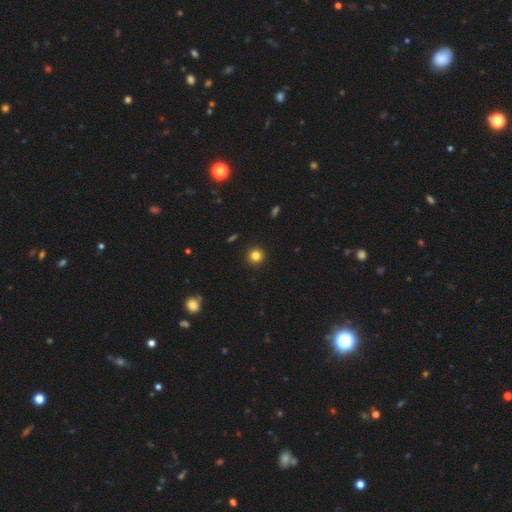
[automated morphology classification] Smooth or featured: smooth — 82% (star or artifact — 13%)
How rounded: round — 95% (in between — 4%)
Merging: none — 93% (minor disturbance — 4%)